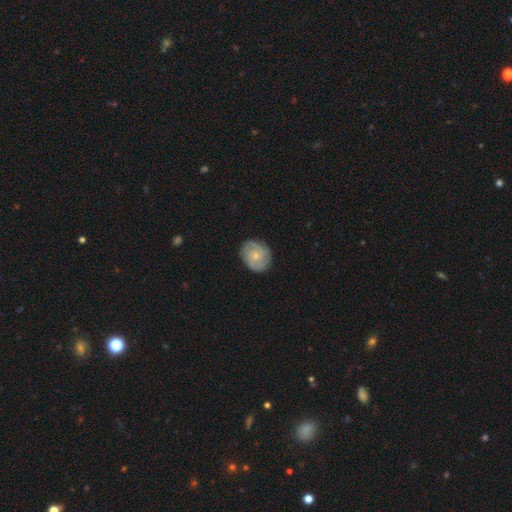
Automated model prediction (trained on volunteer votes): featured or disk 65%, smooth 29%, star or artifact 6%. Down the decision tree: edge-on disk — no (98%); bar — no (77%); spiral arms — yes (90%); spiral arm count — 2 (30%); spiral winding — tight (58%); bulge size — small (66%); merging — none (81%).